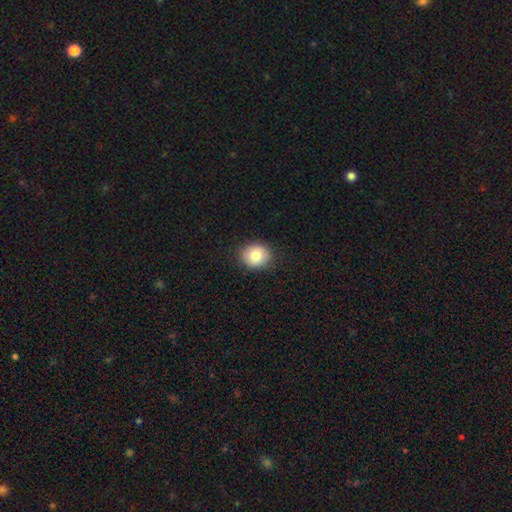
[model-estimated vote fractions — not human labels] smooth-or-featured: smooth: 83% | featured or disk: 9% | star or artifact: 8%
  how-rounded: round: 66% | in between: 33% | cigar-shaped: 1%
  merging: none: 88% | minor disturbance: 9% | major disturbance: 2% | merger: 1%